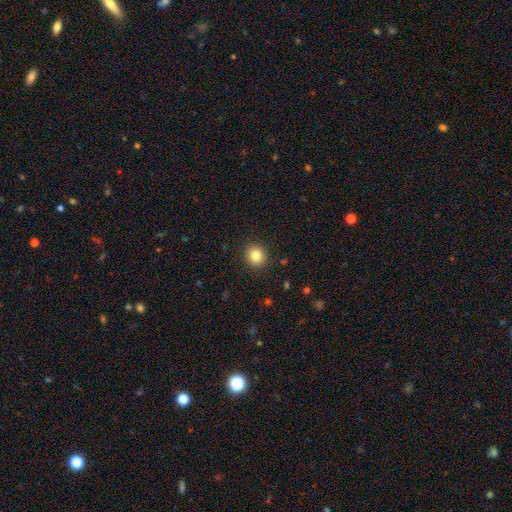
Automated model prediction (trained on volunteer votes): Smooth or featured? smooth (83%)
How rounded? round (82%)
Merging? none (90%)